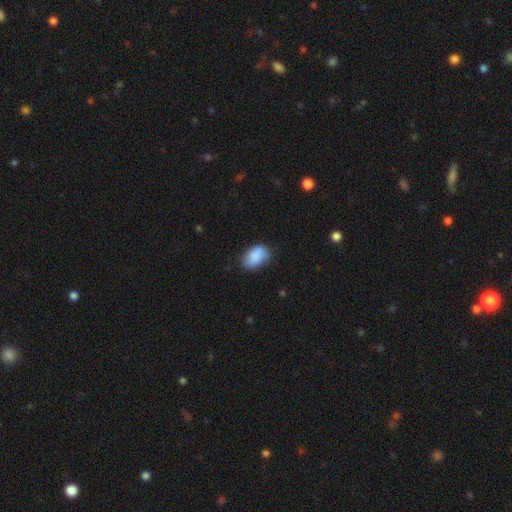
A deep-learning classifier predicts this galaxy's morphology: Smooth or featured: smooth — 84% (featured or disk — 9%)
How rounded: in between — 89% (round — 10%)
Merging: none — 65% (minor disturbance — 26%)